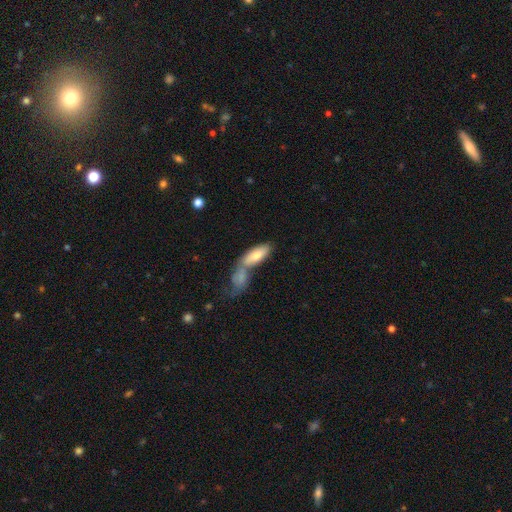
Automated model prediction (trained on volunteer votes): smooth 74%, featured or disk 21%, star or artifact 6%. Down the decision tree: how rounded — in between (76%); merging — merger (58%).